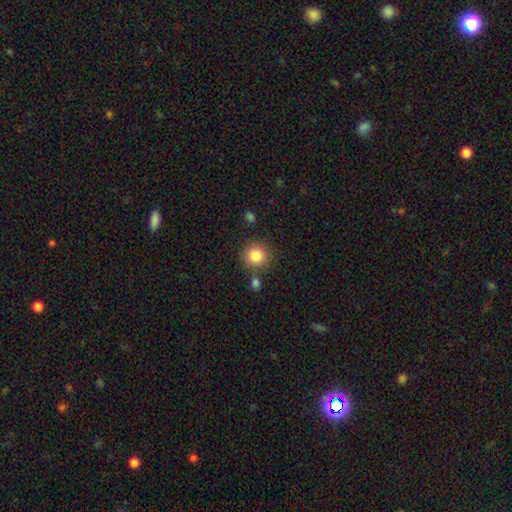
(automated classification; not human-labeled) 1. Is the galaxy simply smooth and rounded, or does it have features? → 85% smooth, 9% star or artifact, 6% featured or disk.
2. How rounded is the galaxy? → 92% round, 7% in between, 1% cigar-shaped.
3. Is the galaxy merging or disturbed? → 80% none, 9% minor disturbance, 8% merger, 3% major disturbance.